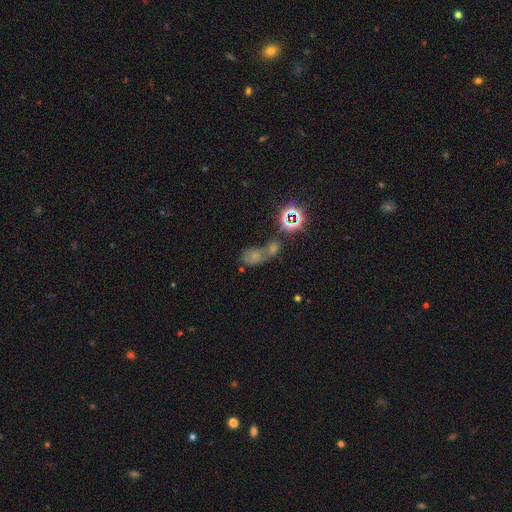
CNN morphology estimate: type=star or artifact (43%).